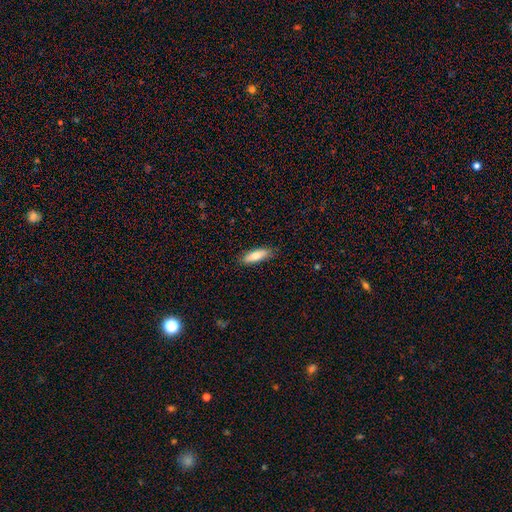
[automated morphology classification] smooth-or-featured: smooth: 78% | featured or disk: 16% | star or artifact: 6%
  how-rounded: in between: 56% | cigar-shaped: 42% | round: 2%
  merging: none: 86% | minor disturbance: 11% | major disturbance: 2% | merger: 1%